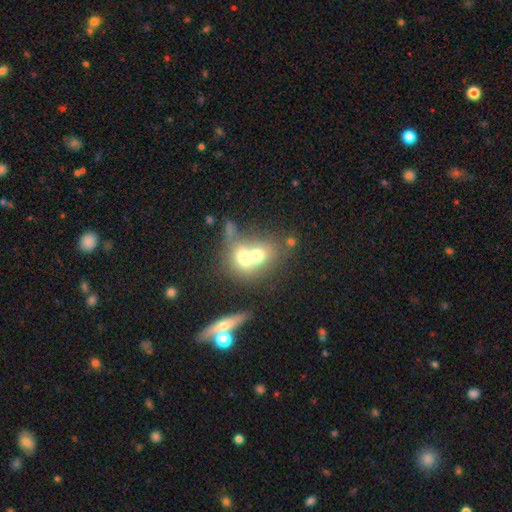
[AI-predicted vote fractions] Smooth or featured?
  - smooth: 61% *
  - featured or disk: 29%
  - star or artifact: 11%
How rounded?
  - round: 50% *
  - in between: 48%
  - cigar-shaped: 3%
Merging?
  - merger: 69% *
  - none: 20%
  - minor disturbance: 6%
  - major disturbance: 5%